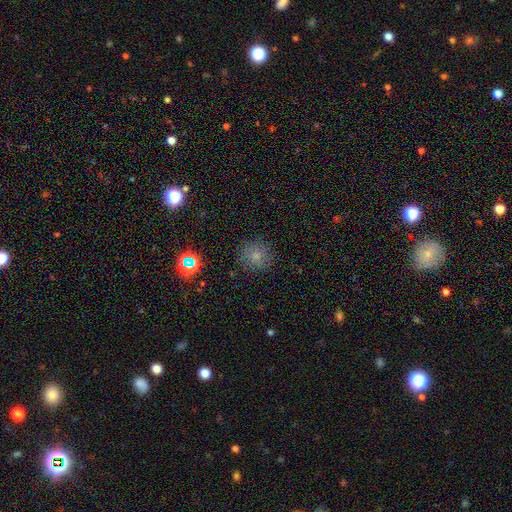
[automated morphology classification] This appears to be a smooth galaxy with no disk features (75%) that is round (90%). Merging: none (85%).